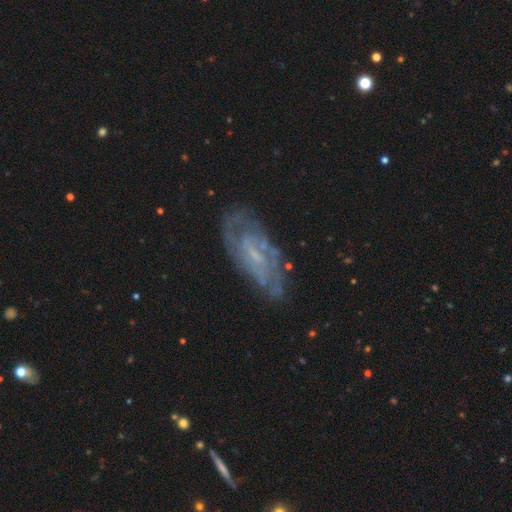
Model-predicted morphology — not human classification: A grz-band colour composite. It shows a featured or disk galaxy (74%) with a weak bar (45%), tight (53%) spiral arms (79%) and a small central bulge (56%). Merging: none (73%).